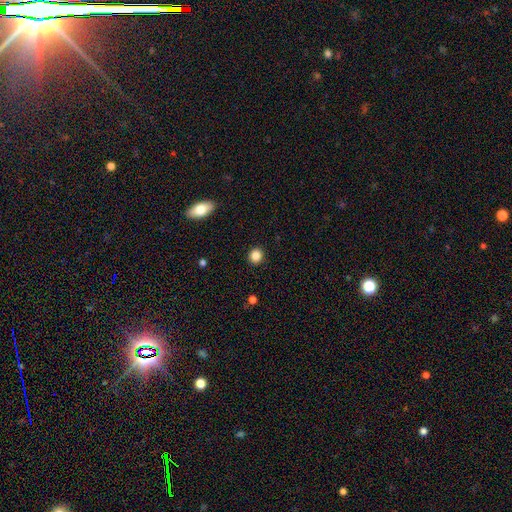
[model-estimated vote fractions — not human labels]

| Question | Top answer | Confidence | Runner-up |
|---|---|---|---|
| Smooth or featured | smooth | 85% | star or artifact (11%) |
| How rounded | round | 84% | in between (15%) |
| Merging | none | 91% | minor disturbance (6%) |